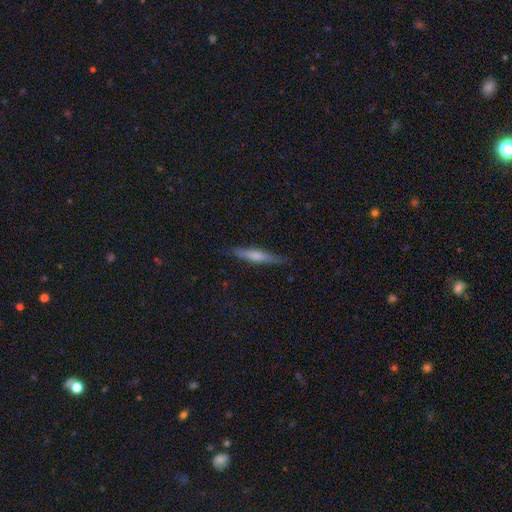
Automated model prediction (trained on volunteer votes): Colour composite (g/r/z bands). It shows a smooth galaxy with no disk features (56%) that is cigar-shaped (90%). Merging: none (84%).